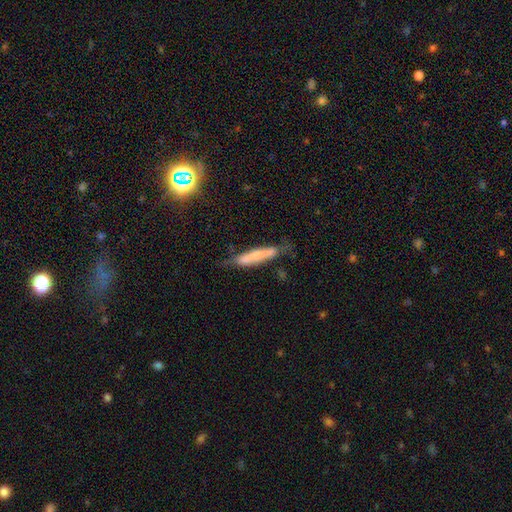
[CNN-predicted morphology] A smooth galaxy with no disk features (57%) that is cigar-shaped (88%). Merging: none (57%).